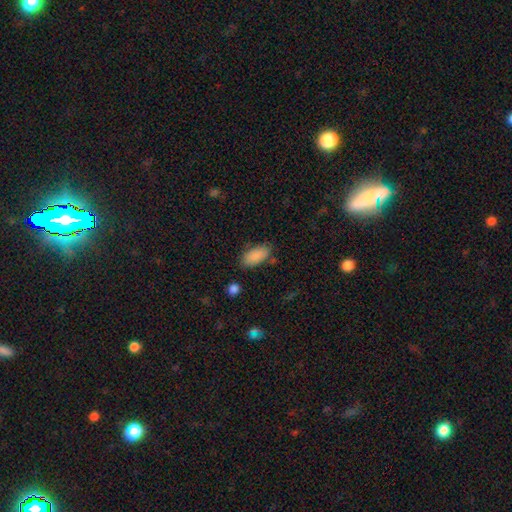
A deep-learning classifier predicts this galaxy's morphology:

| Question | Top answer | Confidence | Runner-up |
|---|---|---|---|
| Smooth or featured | smooth | 88% | star or artifact (7%) |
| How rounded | in between | 91% | cigar-shaped (7%) |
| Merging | none | 77% | minor disturbance (15%) |